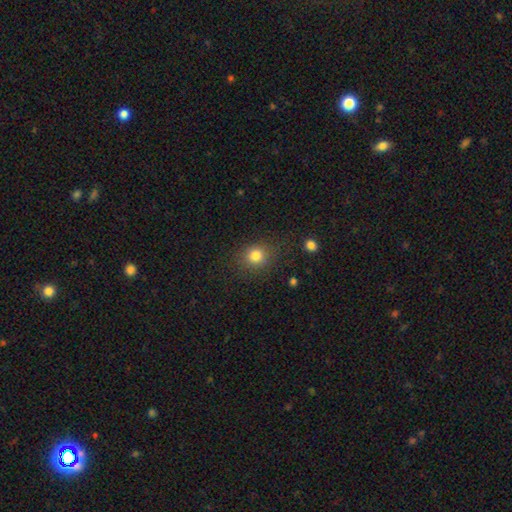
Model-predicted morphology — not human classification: This is clearly a smooth galaxy (82%). How rounded: likely round (79%). Merging: clearly none (81%).